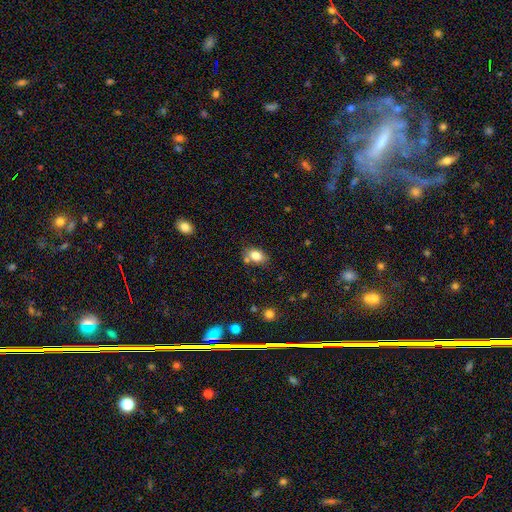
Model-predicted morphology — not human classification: This is clearly a smooth galaxy (81%). How rounded: clearly in between (80%). Merging: likely none (67%).